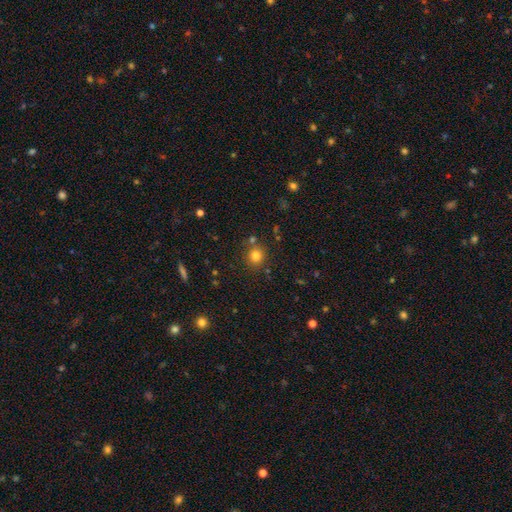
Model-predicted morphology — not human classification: Smooth or featured? smooth (79%)
How rounded? round (89%)
Merging? none (78%)